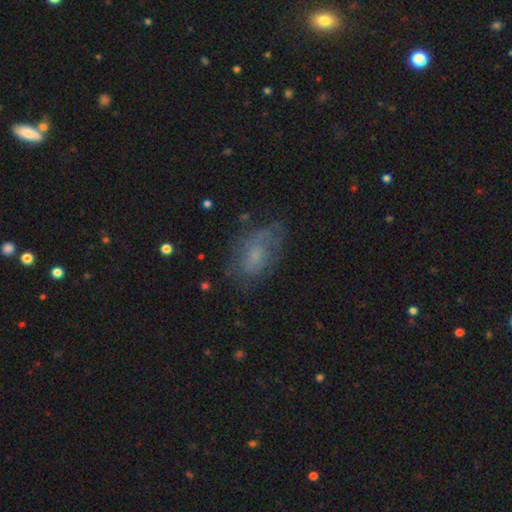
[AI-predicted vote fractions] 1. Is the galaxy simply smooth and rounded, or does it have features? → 49% smooth, 39% featured or disk, 11% star or artifact.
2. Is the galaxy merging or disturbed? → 58% none, 25% minor disturbance, 15% major disturbance, 2% merger.